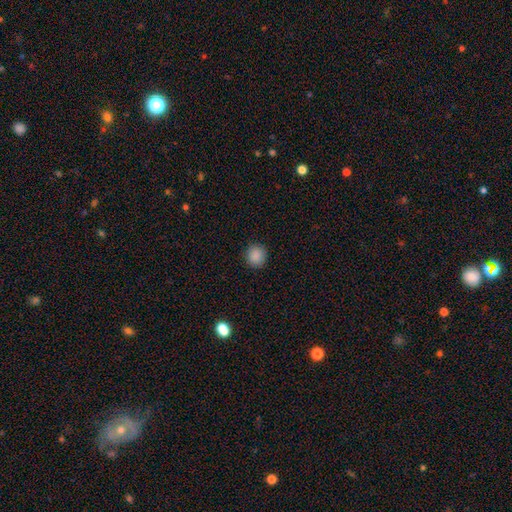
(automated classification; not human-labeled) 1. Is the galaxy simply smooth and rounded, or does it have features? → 87% smooth, 10% star or artifact, 3% featured or disk.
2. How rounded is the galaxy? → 88% round, 11% in between, 1% cigar-shaped.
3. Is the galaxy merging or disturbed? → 90% none, 7% minor disturbance, 2% major disturbance, 1% merger.